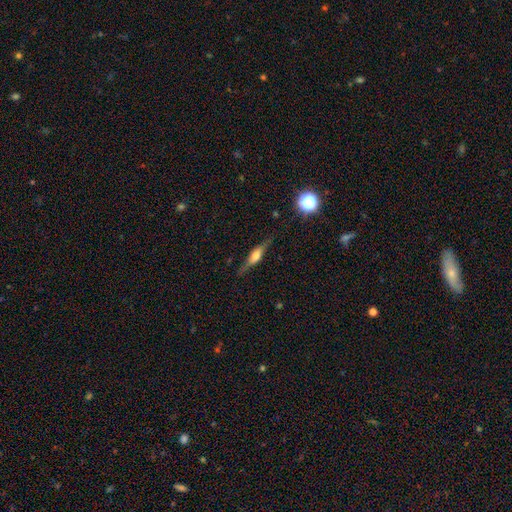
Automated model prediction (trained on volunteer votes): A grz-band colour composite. It shows a featured or disk galaxy (60%) viewed edge-on (92%) with a rounded central bulge (82%). Merging: none (81%).